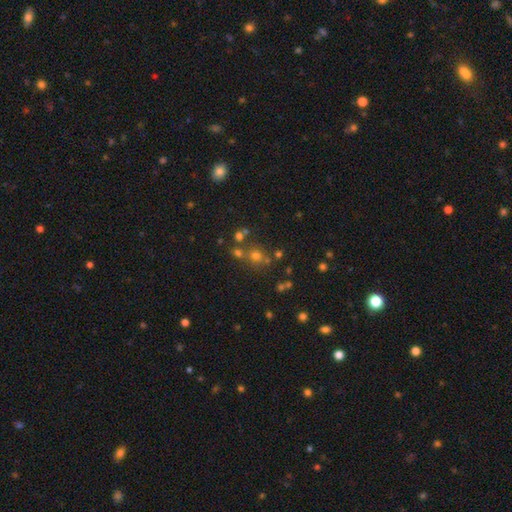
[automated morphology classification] smooth_or_featured: smooth (p=0.43) [alt: star or artifact p=0.40]
merging: none (p=0.50) [alt: merger p=0.34]